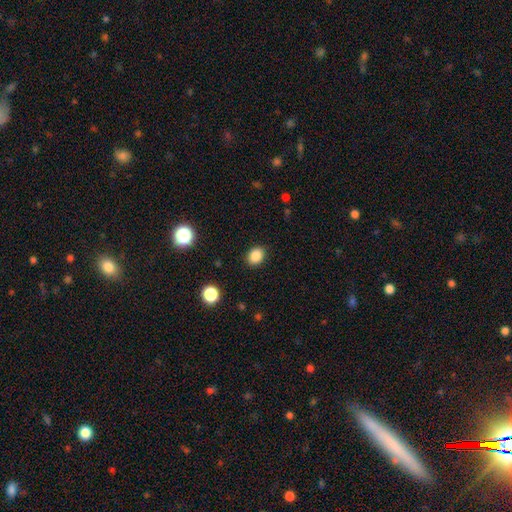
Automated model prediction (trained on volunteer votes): Morphology: type=smooth (86%); roundness=in between (55%); merging=none (89%).